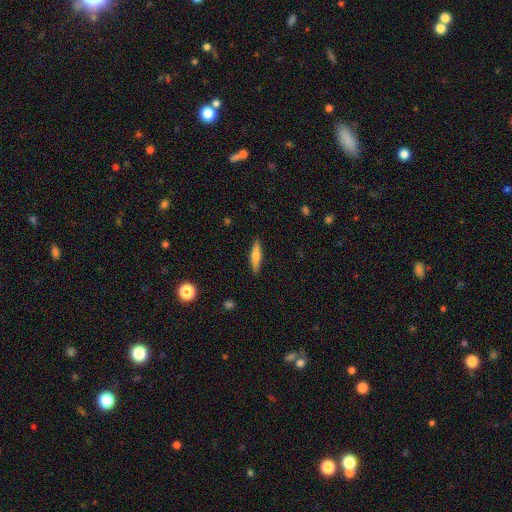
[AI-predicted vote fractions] smooth_or_featured: smooth (p=0.64) [alt: featured or disk p=0.30]
how_rounded: cigar-shaped (p=0.83) [alt: in between p=0.15]
merging: none (p=0.89) [alt: minor disturbance p=0.08]